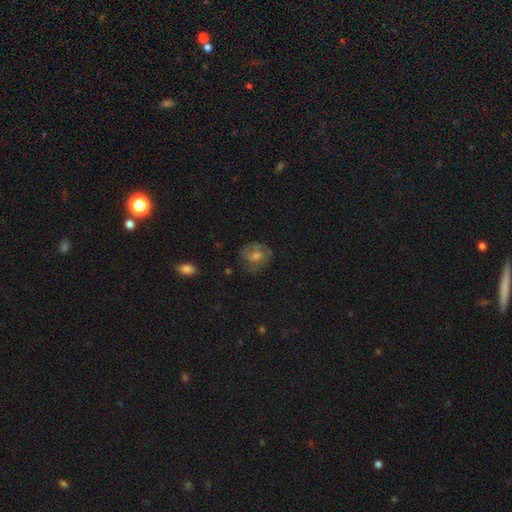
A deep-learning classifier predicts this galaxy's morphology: A featured or disk galaxy (53%) with no bar (51%), spiral arms (72%) and a moderate central bulge (47%).

Vote fractions:
- Smooth or featured? featured or disk: 53% / smooth: 33% / star or artifact: 14%
- Edge-on disk? no: 96% / yes: 4%
- Bar? no: 51% / weak: 40% / strong: 9%
- Spiral arms? yes: 72% / no: 28%
- Bulge size? moderate: 47% / small: 39% / none: 7% / large: 5% / dominant: 1%
- Merging? none: 70% / minor disturbance: 19% / major disturbance: 10% / merger: 2%